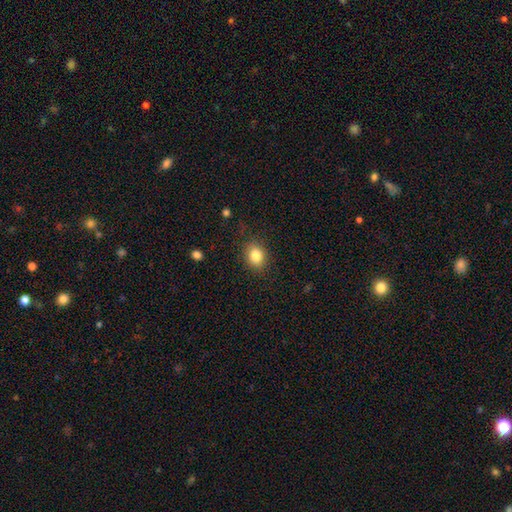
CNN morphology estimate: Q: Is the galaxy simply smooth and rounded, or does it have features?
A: smooth — 83%.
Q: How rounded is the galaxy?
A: round — 54%.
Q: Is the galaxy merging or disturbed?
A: none — 86%.